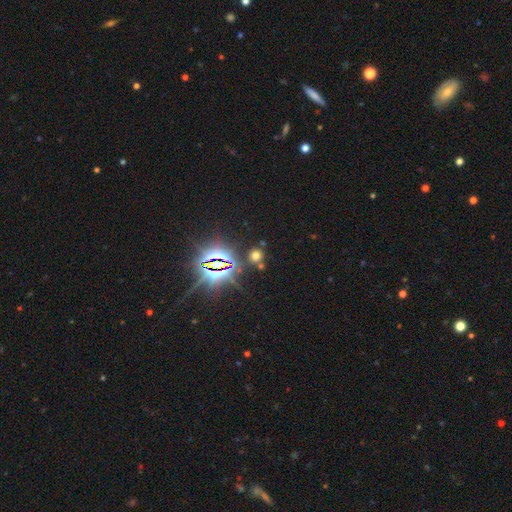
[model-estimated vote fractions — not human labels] smooth-or-featured: smooth: 47% | star or artifact: 45% | featured or disk: 8%
  merging: none: 78% | merger: 9% | minor disturbance: 9% | major disturbance: 4%